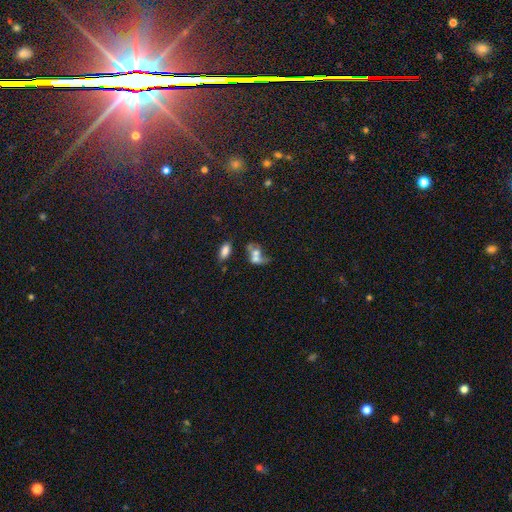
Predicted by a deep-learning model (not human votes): smooth 57%, featured or disk 29%, star or artifact 14%. Down the decision tree: how rounded — in between (70%); merging — merger (63%).